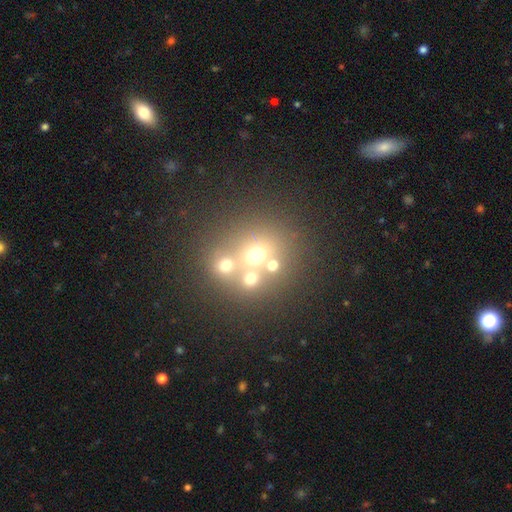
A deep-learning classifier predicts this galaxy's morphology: Smooth or featured? smooth (55%)
How rounded? round (82%)
Merging? none (51%)